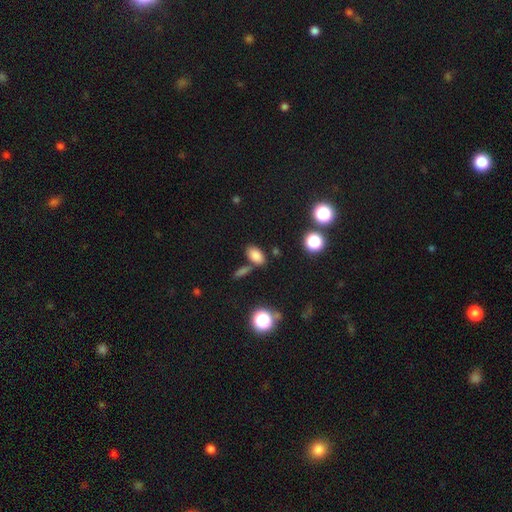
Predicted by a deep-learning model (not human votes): This is clearly a smooth galaxy (82%). How rounded: clearly in between (89%). Merging: likely none (73%).